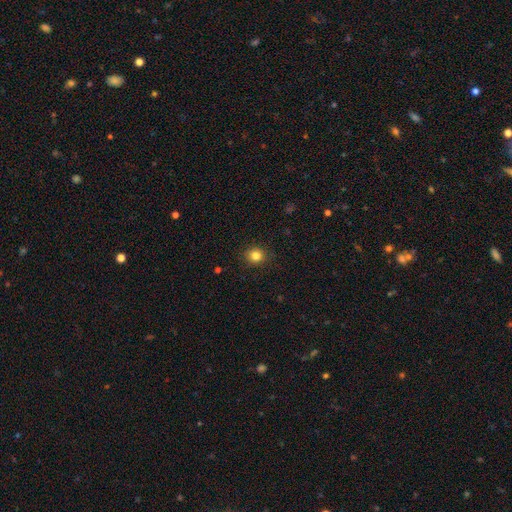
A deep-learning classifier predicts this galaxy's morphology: The model was most divided on "how rounded": round: 84%, in between: 15%, cigar-shaped: 1%. More confident: merging — none (90%); smooth or featured — smooth (84%).